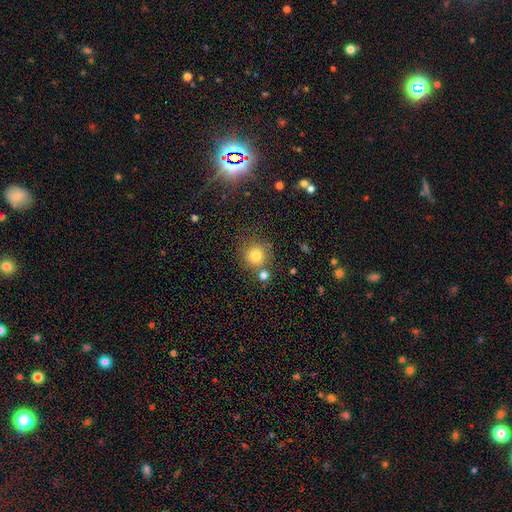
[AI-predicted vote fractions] This is likely a smooth galaxy (79%). How rounded: clearly round (92%). Merging: likely none (71%).